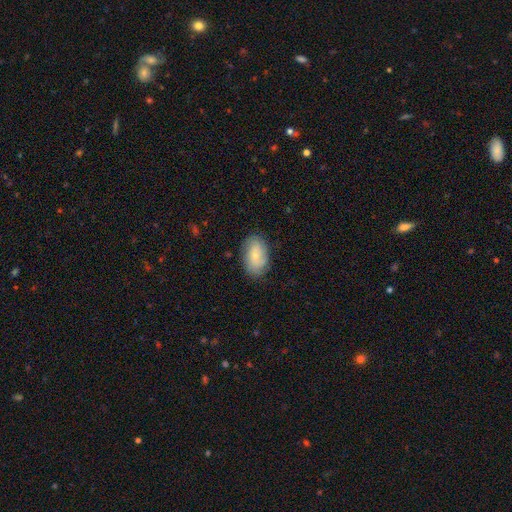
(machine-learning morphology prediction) smooth_or_featured: smooth (p=0.53) [alt: featured or disk p=0.39]
how_rounded: in between (p=0.90) [alt: round p=0.08]
merging: none (p=0.79) [alt: minor disturbance p=0.16]